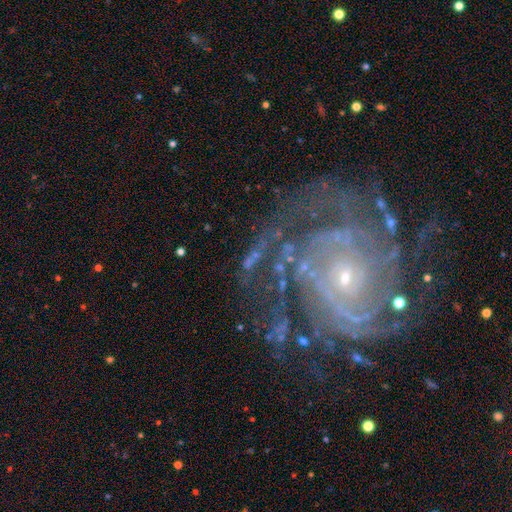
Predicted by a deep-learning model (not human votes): Overall: featured or disk (86%). Edge-on disk: no (97%). Bar: no (64%; weak 25%). Spiral arms: yes (96%). Spiral arm count: can't tell (26%; 2 18%). Spiral winding: tight (69%). Bulge size: small (81%). Merging: none (66%).